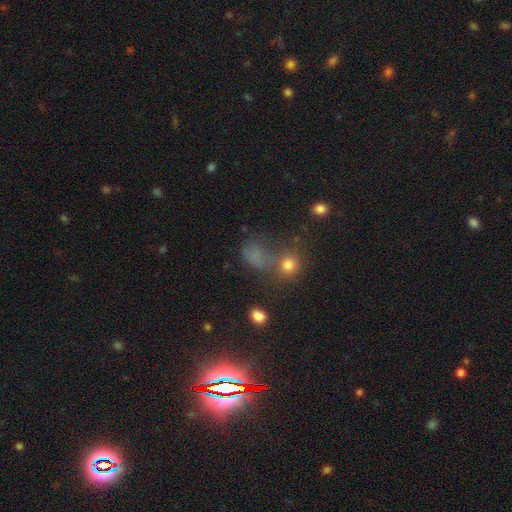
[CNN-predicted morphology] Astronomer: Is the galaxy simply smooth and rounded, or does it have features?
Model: smooth — 68%.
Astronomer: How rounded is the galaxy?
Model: in between — 54% (runner-up: round, 43%).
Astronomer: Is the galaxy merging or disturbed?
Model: none — 35% (runner-up: merger, 30%).